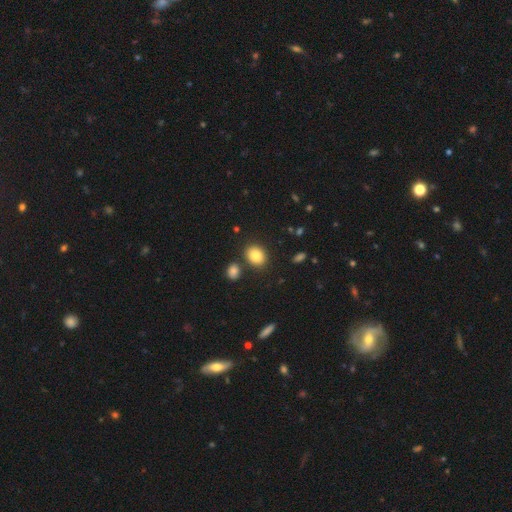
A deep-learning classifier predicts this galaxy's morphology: Smooth or featured: smooth — 85% (star or artifact — 9%)
How rounded: in between — 51% (round — 48%)
Merging: none — 80% (minor disturbance — 9%)